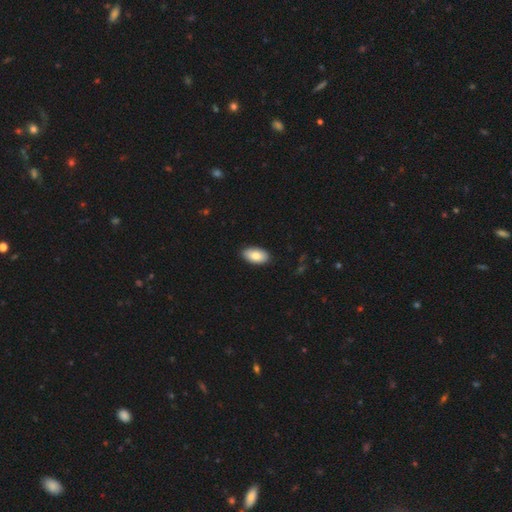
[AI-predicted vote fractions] smooth 82%, featured or disk 11%, star or artifact 6%. Down the decision tree: how rounded — in between (95%); merging — none (89%).